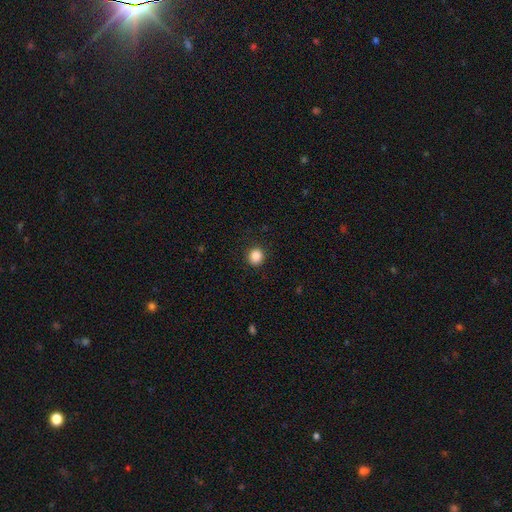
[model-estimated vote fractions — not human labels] smooth-or-featured: smooth: 87% | star or artifact: 10% | featured or disk: 3%
  how-rounded: round: 89% | in between: 10% | cigar-shaped: 1%
  merging: none: 91% | minor disturbance: 6% | major disturbance: 2% | merger: 1%